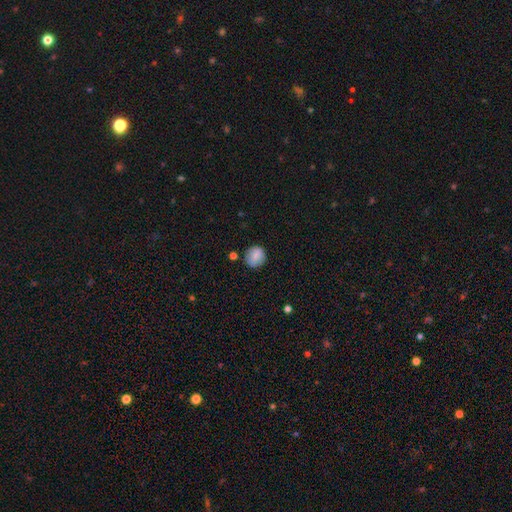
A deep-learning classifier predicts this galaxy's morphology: smooth_or_featured: smooth (p=0.77) [alt: featured or disk p=0.14]
how_rounded: round (p=0.77) [alt: in between p=0.22]
merging: none (p=0.80) [alt: minor disturbance p=0.13]